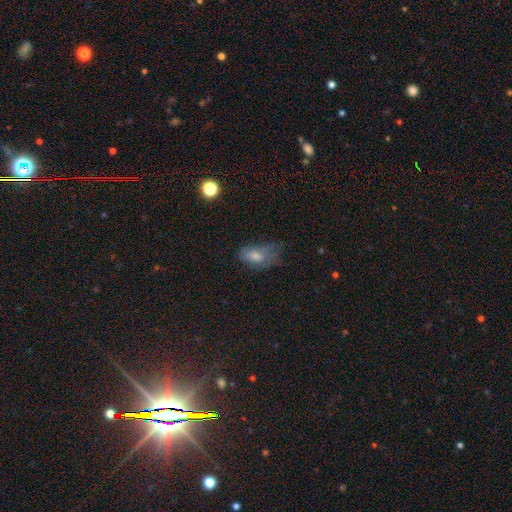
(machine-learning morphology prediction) Smooth or featured? smooth (64%)
How rounded? in between (89%)
Merging? major disturbance (35%)